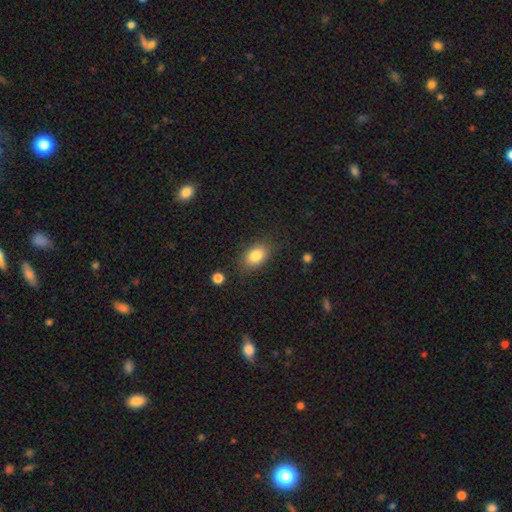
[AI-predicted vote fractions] This is clearly a smooth galaxy (84%). How rounded: clearly in between (84%). Merging: clearly none (80%).